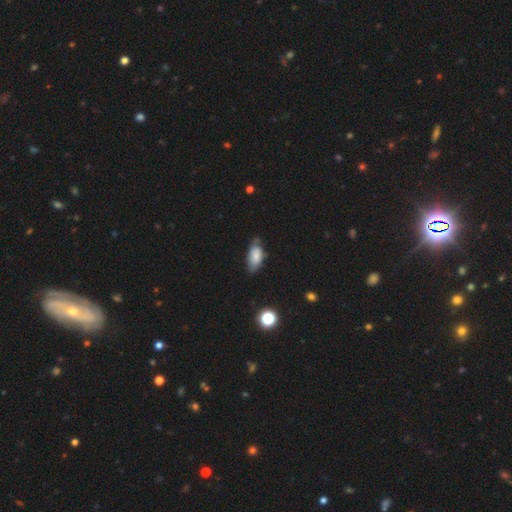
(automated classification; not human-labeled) smooth_or_featured: smooth (p=0.77) [alt: featured or disk p=0.16]
how_rounded: in between (p=0.90) [alt: cigar-shaped p=0.07]
merging: none (p=0.57) [alt: minor disturbance p=0.34]